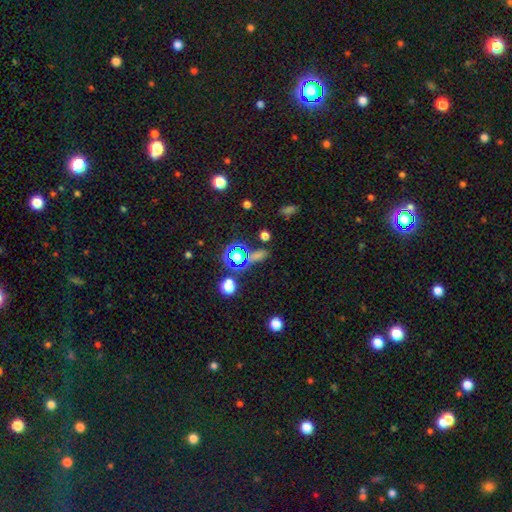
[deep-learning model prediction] Smooth or featured? Predicted: star or artifact (p=0.61).